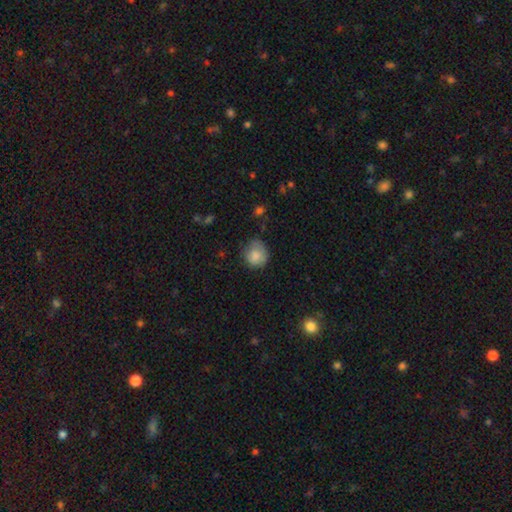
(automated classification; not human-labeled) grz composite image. It shows a smooth galaxy with no disk features (81%) that is round (76%). Merging: none (59%).